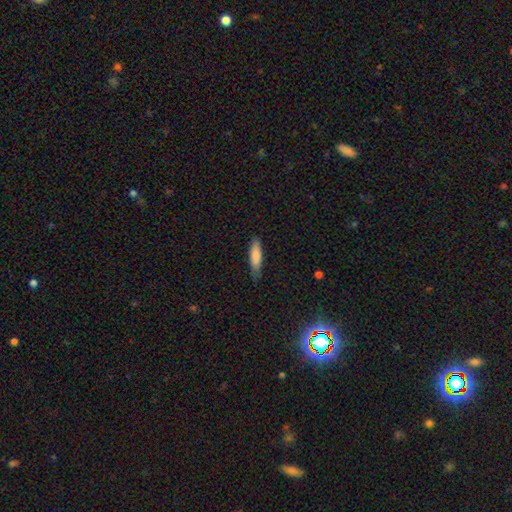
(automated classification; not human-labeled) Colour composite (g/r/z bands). It shows a smooth galaxy with no disk features (83%) that is cigar-shaped (69%). Merging: none (77%).